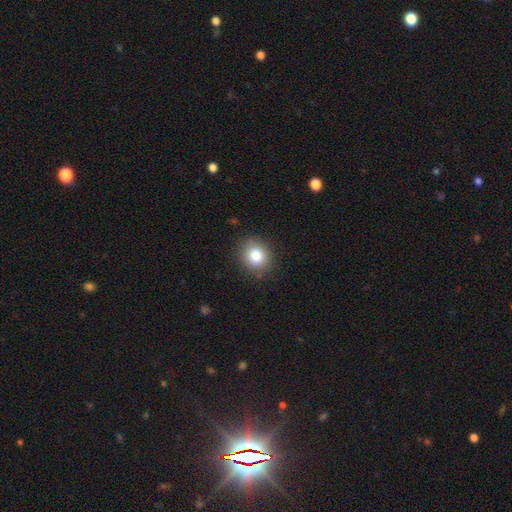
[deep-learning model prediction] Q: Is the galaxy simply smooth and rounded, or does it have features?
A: smooth — 83%.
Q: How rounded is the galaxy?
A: round — 74%.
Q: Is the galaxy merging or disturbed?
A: none — 86%.